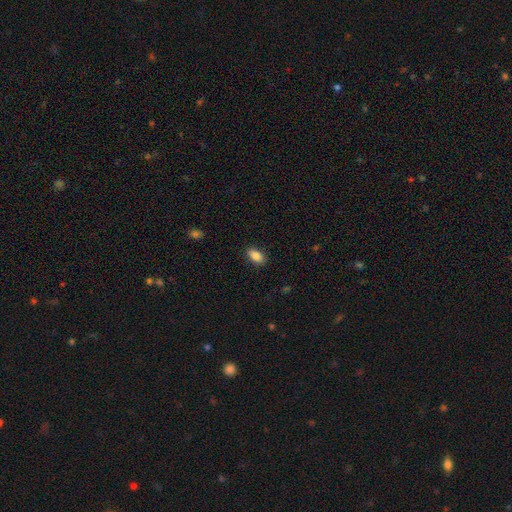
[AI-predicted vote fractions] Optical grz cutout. It shows a smooth galaxy with no disk features (86%) that is in between round and cigar-shaped (91%). Merging: none (88%).